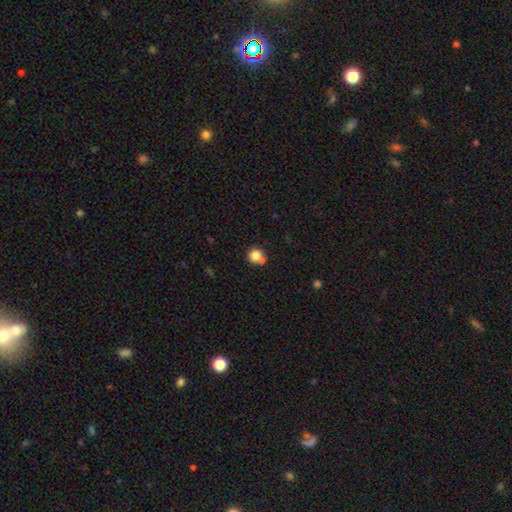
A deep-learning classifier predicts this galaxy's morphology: Smooth or featured: smooth — 81% (star or artifact — 11%)
How rounded: round — 90% (in between — 9%)
Merging: none — 59% (merger — 27%)